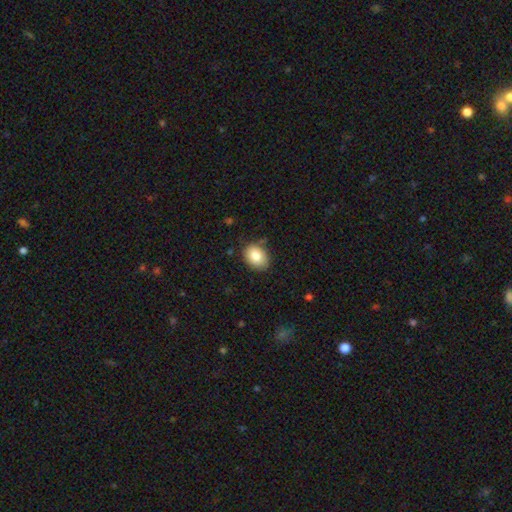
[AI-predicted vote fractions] The model was most divided on "how rounded": in between: 69%, round: 30%, cigar-shaped: 1%. More confident: smooth or featured — smooth (83%); merging — none (81%).